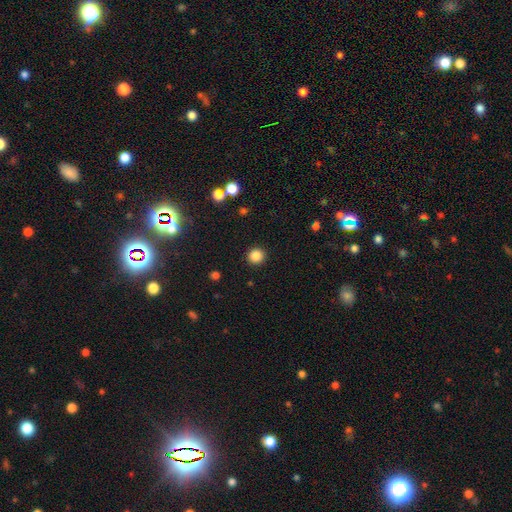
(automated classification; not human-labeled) Smooth or featured? Predicted: smooth (p=0.85). How rounded? Predicted: round (p=0.93). Merging? Predicted: none (p=0.93).